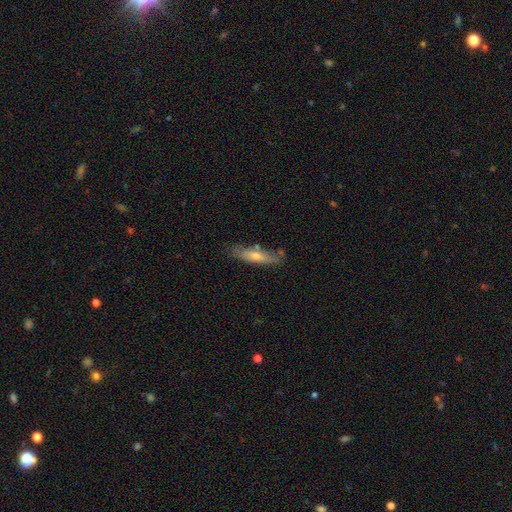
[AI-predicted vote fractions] Smooth or featured? Predicted: smooth (p=0.54). How rounded? Predicted: cigar-shaped (p=0.78). Merging? Predicted: none (p=0.76).